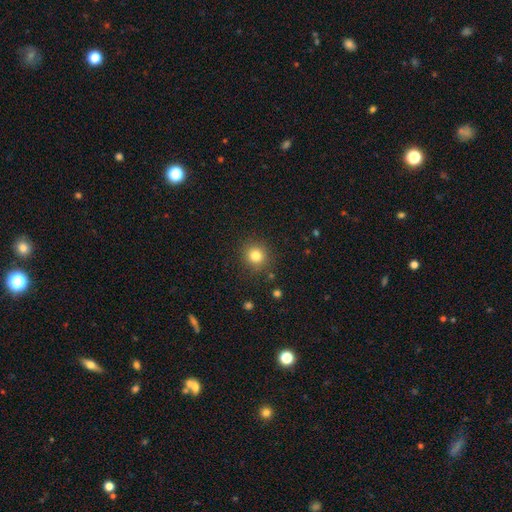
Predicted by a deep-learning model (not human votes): This appears to be a smooth galaxy with no disk features (81%) that is round (91%). Merging: none (88%).